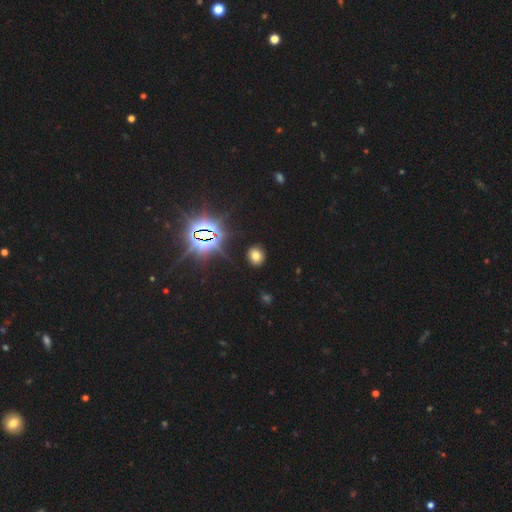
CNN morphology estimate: Q: Smooth or featured?
A: smooth (66%); runner-up: star or artifact (26%)
Q: How rounded?
A: round (66%); runner-up: in between (33%)
Q: Merging?
A: none (88%); runner-up: minor disturbance (7%)